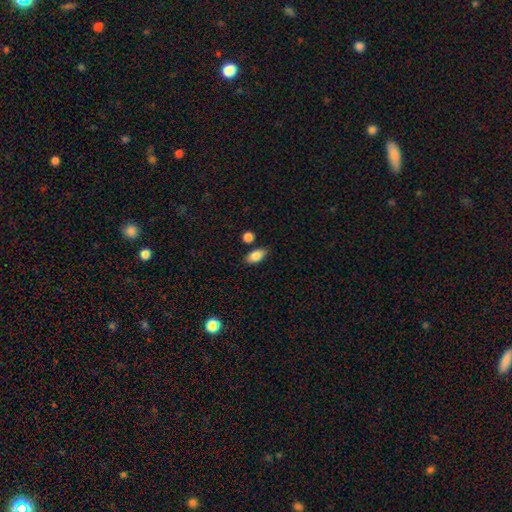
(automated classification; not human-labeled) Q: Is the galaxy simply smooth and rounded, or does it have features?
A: smooth — 85%.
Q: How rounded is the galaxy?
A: in between — 91%.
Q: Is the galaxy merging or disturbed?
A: none — 80%.